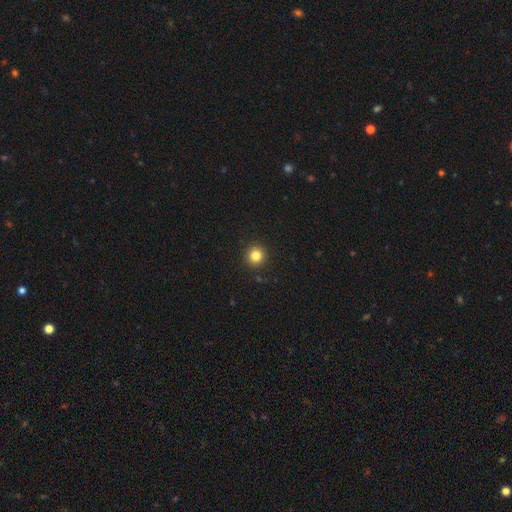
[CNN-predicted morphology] Smooth or featured: smooth — 82% (star or artifact — 12%)
How rounded: round — 95% (in between — 4%)
Merging: none — 92% (minor disturbance — 5%)